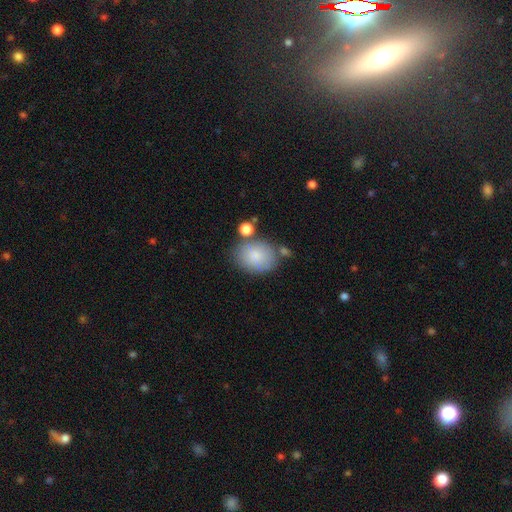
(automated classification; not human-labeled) Q: Smooth or featured?
A: smooth (81%); runner-up: featured or disk (11%)
Q: How rounded?
A: in between (63%); runner-up: round (36%)
Q: Merging?
A: none (62%); runner-up: minor disturbance (19%)